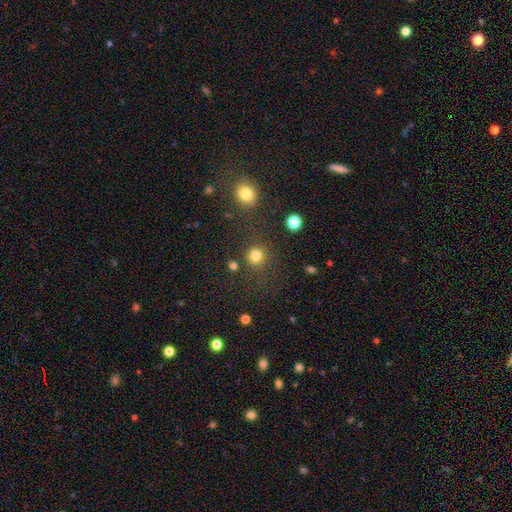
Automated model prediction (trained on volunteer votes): A smooth galaxy with no disk features (82%) that is round (92%).

Vote fractions:
- Smooth or featured? smooth: 82% / star or artifact: 14% / featured or disk: 5%
- How rounded? round: 92% / in between: 7% / cigar-shaped: 1%
- Merging? none: 81% / minor disturbance: 8% / merger: 6% / major disturbance: 5%